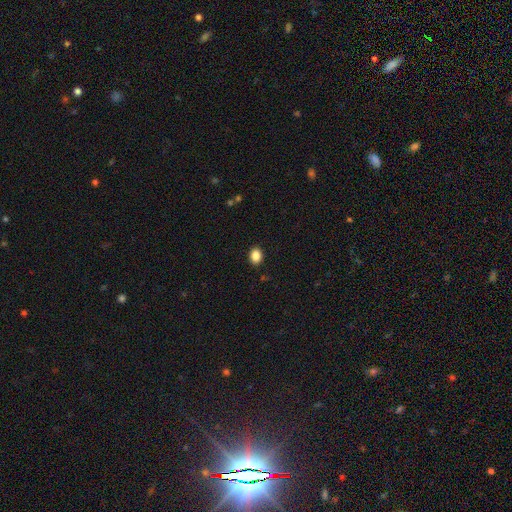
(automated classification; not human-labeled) smooth 88%, star or artifact 9%, featured or disk 3%. Down the decision tree: how rounded — in between (66%); merging — none (90%).